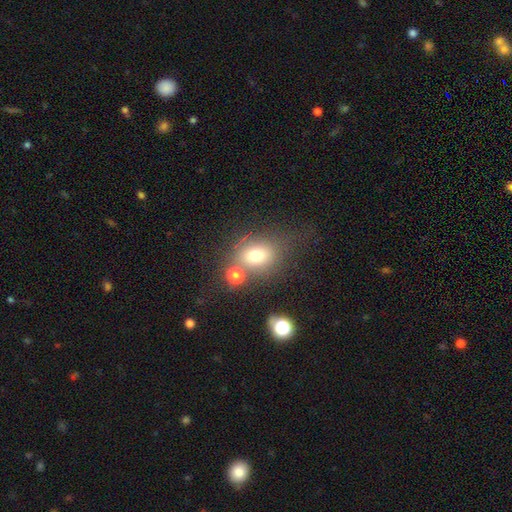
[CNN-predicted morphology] This is likely a smooth galaxy (71%). How rounded: possibly round (53%). Merging: possibly none (57%).